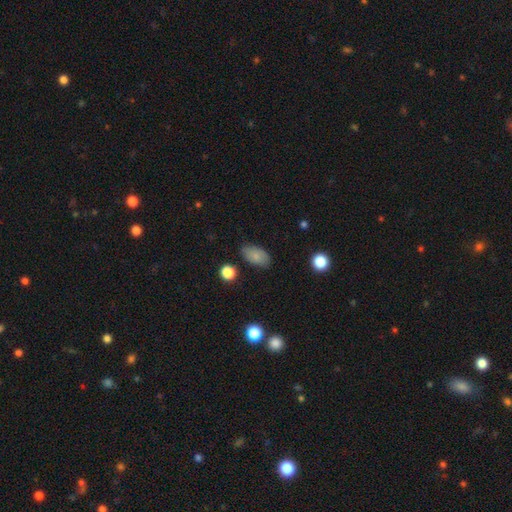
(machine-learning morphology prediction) Q: Smooth or featured?
A: smooth (79%); runner-up: featured or disk (13%)
Q: How rounded?
A: in between (91%); runner-up: round (7%)
Q: Merging?
A: none (77%); runner-up: minor disturbance (18%)